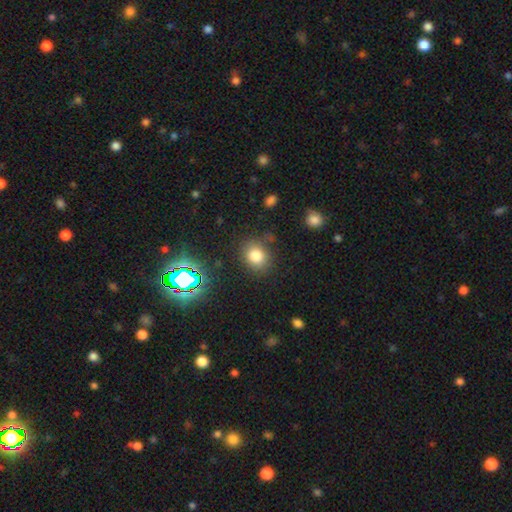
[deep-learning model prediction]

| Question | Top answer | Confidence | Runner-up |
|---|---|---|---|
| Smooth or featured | smooth | 78% | star or artifact (15%) |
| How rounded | round | 68% | in between (31%) |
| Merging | none | 81% | minor disturbance (12%) |